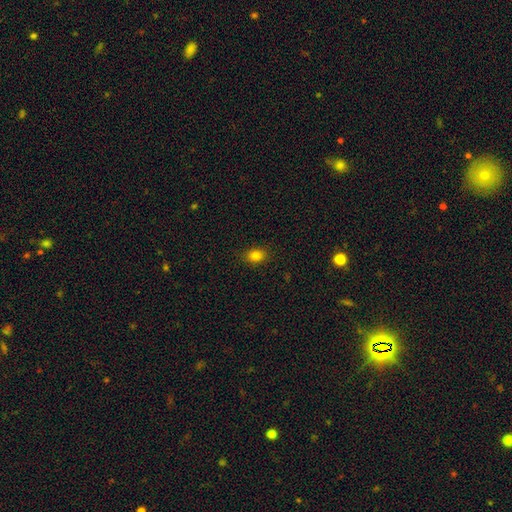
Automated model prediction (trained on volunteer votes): Smooth or featured? smooth (81%)
How rounded? in between (63%)
Merging? none (88%)